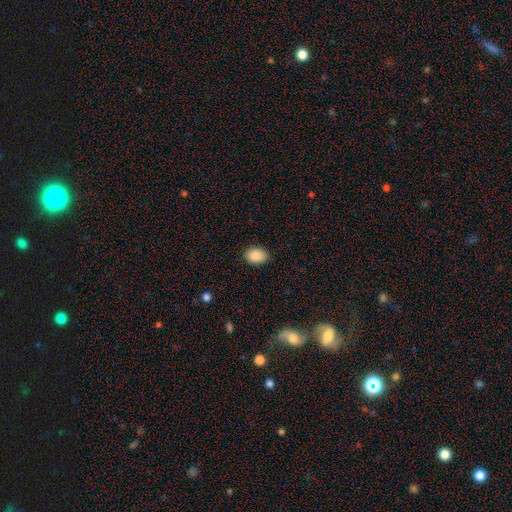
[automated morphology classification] Smooth or featured: smooth — 89% (star or artifact — 8%)
How rounded: in between — 80% (round — 19%)
Merging: none — 87% (minor disturbance — 10%)